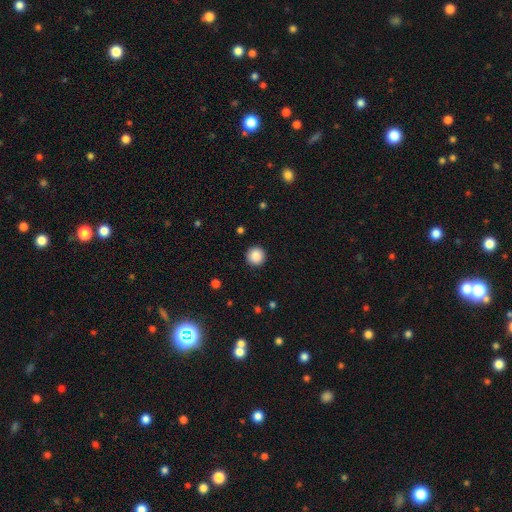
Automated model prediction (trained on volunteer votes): Smooth or featured: smooth — 87% (star or artifact — 9%)
How rounded: round — 96% (in between — 3%)
Merging: none — 92% (minor disturbance — 5%)